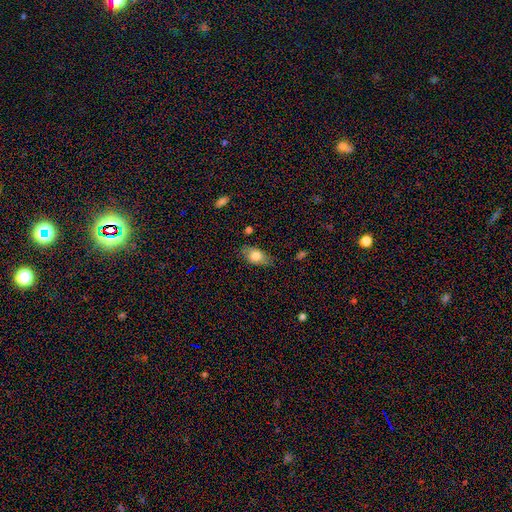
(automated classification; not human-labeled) smooth-or-featured: smooth: 75% | featured or disk: 17% | star or artifact: 8%
  how-rounded: in between: 86% | round: 9% | cigar-shaped: 4%
  merging: none: 74% | minor disturbance: 20% | major disturbance: 5% | merger: 2%